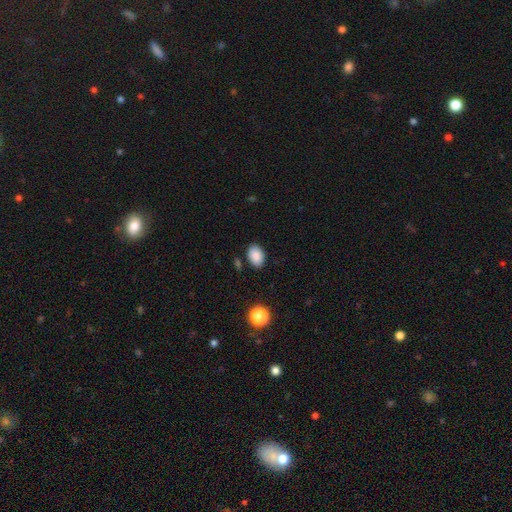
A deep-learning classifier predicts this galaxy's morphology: Smooth or featured? smooth (87%)
How rounded? in between (86%)
Merging? none (85%)